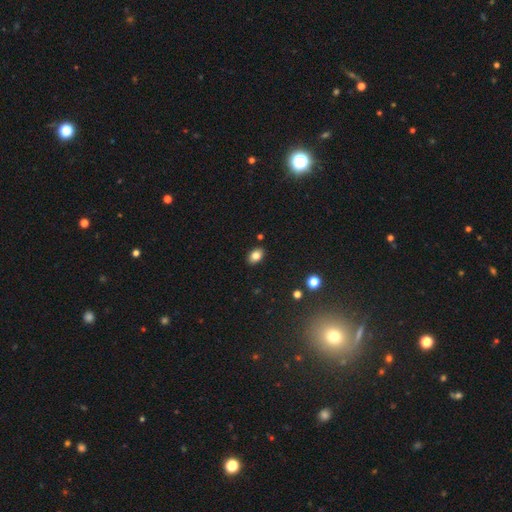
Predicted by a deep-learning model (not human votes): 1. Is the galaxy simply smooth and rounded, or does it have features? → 83% smooth, 10% star or artifact, 8% featured or disk.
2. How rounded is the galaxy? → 86% in between, 12% round, 1% cigar-shaped.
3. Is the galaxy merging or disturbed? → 88% none, 9% minor disturbance, 2% major disturbance, 2% merger.